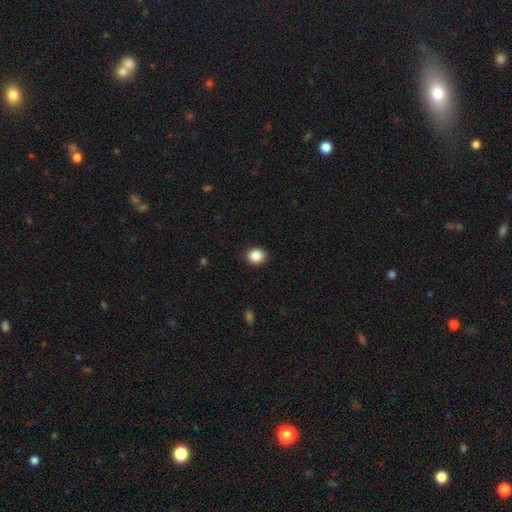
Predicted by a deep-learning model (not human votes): This is clearly a smooth galaxy (87%). How rounded: likely round (74%). Merging: clearly none (90%).